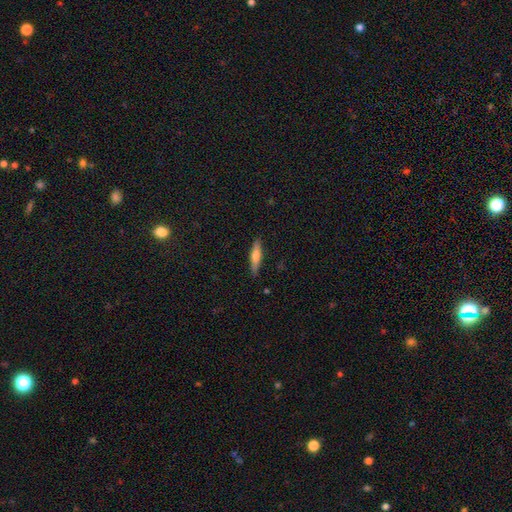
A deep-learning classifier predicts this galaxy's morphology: Smooth or featured: smooth — 58% (featured or disk — 35%)
How rounded: cigar-shaped — 78% (in between — 20%)
Merging: none — 87% (minor disturbance — 10%)